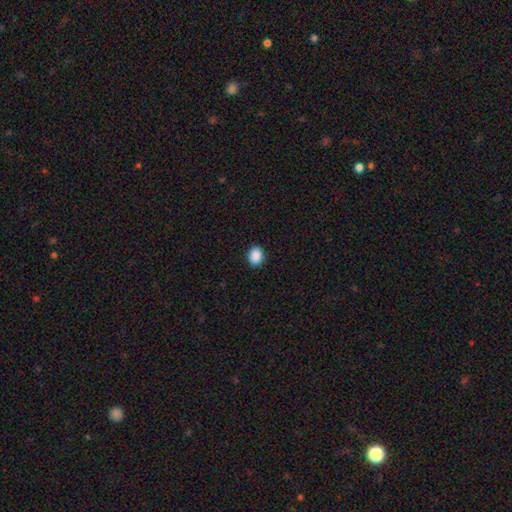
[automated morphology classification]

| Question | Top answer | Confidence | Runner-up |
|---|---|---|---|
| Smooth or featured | smooth | 89% | star or artifact (8%) |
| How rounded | in between | 54% | round (45%) |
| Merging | none | 91% | minor disturbance (7%) |